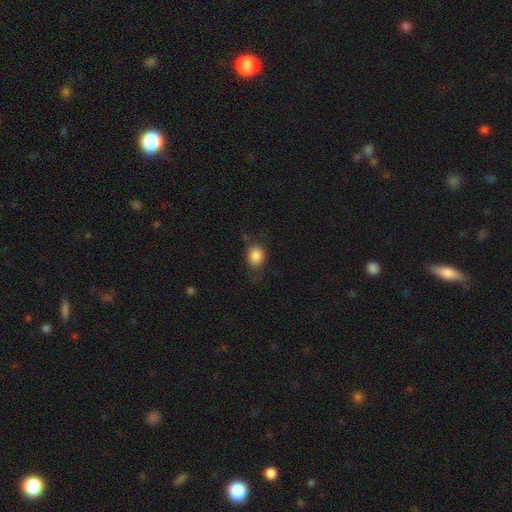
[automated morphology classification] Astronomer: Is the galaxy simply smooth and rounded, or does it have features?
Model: smooth — 84%.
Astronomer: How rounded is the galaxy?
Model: round — 53% (runner-up: in between, 46%).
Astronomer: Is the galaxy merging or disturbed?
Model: none — 65%.